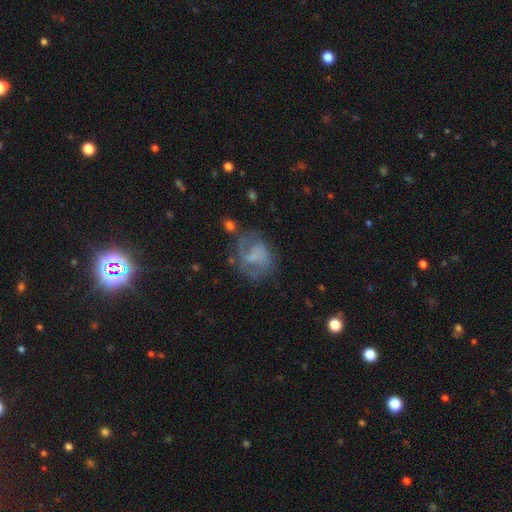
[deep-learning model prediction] Morphology: type=featured or disk (57%); edge-on=no (98%); bar=no (56%); spiral arms=yes (70%); bulge=none (56%); merging=none (48%).